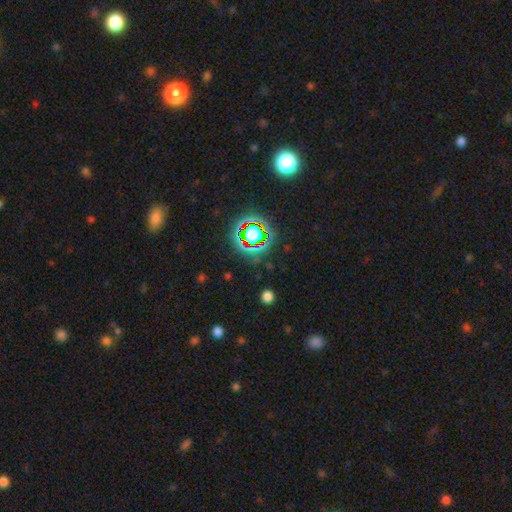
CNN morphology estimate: Smooth or featured?
  - star or artifact: 77% *
  - smooth: 14%
  - featured or disk: 9%